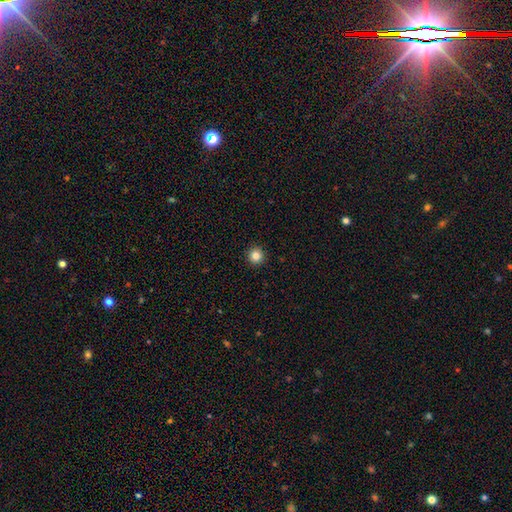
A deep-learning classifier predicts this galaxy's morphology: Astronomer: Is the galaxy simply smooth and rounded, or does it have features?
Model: smooth — 83%.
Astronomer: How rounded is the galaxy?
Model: round — 95%.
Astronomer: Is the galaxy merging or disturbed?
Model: none — 93%.